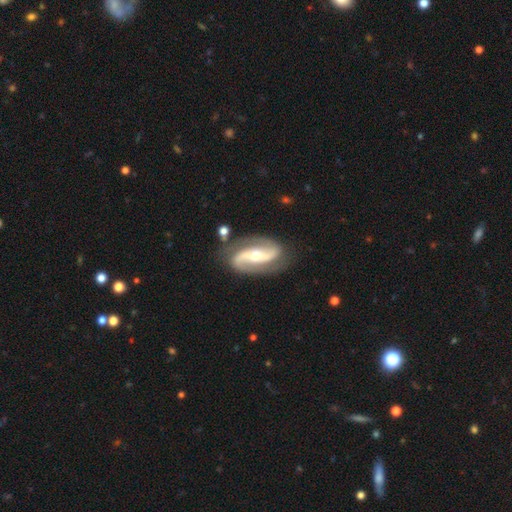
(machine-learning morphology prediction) featured or disk 89%, smooth 6%, star or artifact 5%. Down the decision tree: edge-on disk — no (96%); bar — strong (43%); spiral arms — yes (97%); spiral arm count — 2 (93%); spiral winding — medium (45%); bulge size — moderate (54%); merging — none (82%).